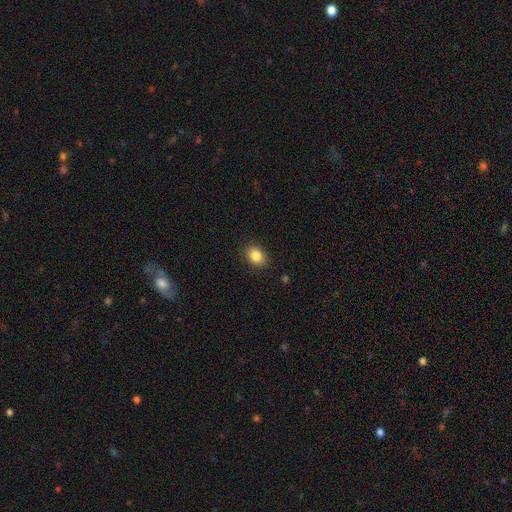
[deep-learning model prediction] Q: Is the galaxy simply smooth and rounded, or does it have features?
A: smooth — 85%.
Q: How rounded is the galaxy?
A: in between — 68%.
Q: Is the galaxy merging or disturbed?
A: none — 88%.